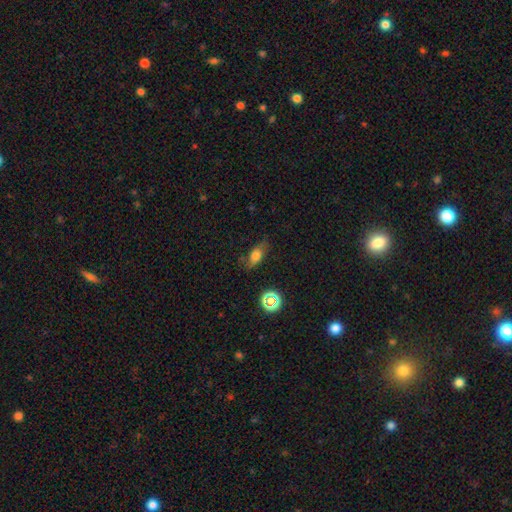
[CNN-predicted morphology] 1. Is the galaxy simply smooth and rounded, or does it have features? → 66% smooth, 20% featured or disk, 13% star or artifact.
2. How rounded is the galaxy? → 73% in between, 17% cigar-shaped, 11% round.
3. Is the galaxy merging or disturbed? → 75% none, 19% minor disturbance, 5% major disturbance, 2% merger.